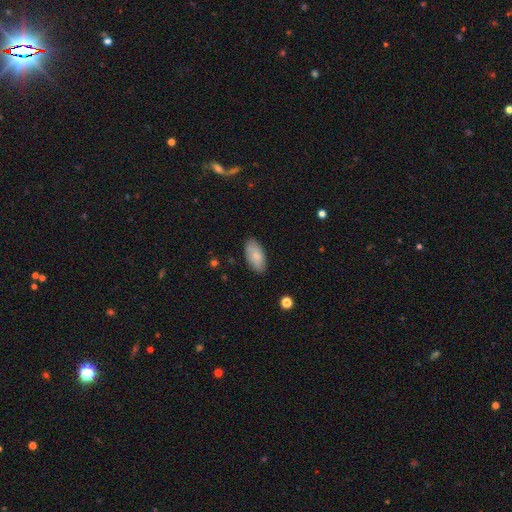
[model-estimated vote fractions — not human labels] Morphology: type=smooth (84%); roundness=in between (93%); merging=none (85%).